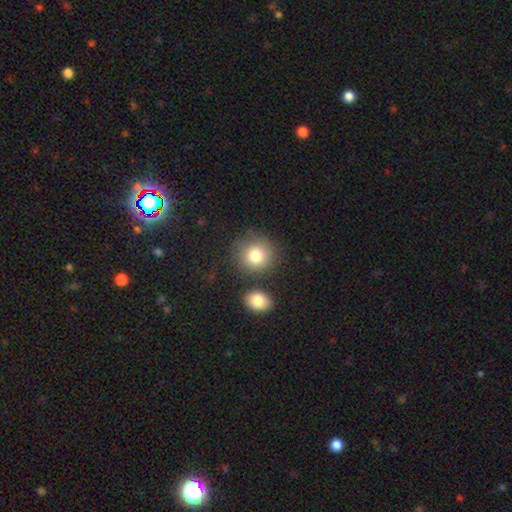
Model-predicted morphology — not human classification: Overall: smooth (81%). How rounded: round (86%). Merging: none (75%).